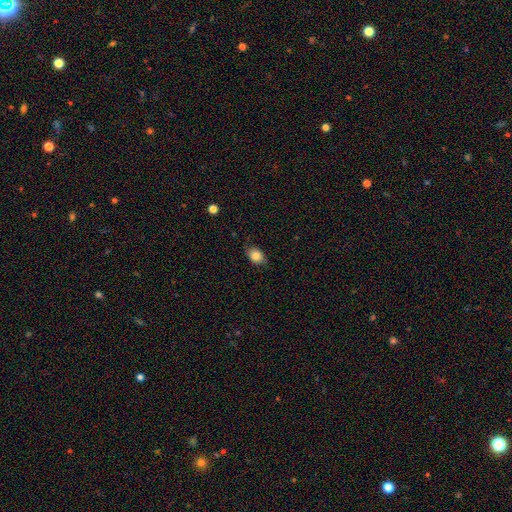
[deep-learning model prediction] Smooth or featured? smooth (83%)
How rounded? in between (70%)
Merging? none (78%)